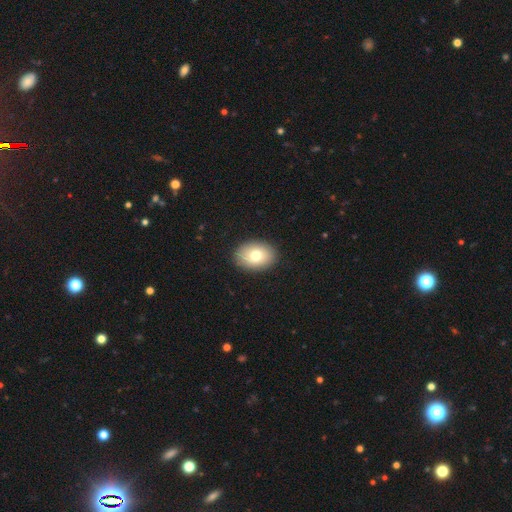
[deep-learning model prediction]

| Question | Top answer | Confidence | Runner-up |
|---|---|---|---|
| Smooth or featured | smooth | 77% | featured or disk (15%) |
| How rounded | in between | 77% | round (22%) |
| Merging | none | 90% | minor disturbance (7%) |